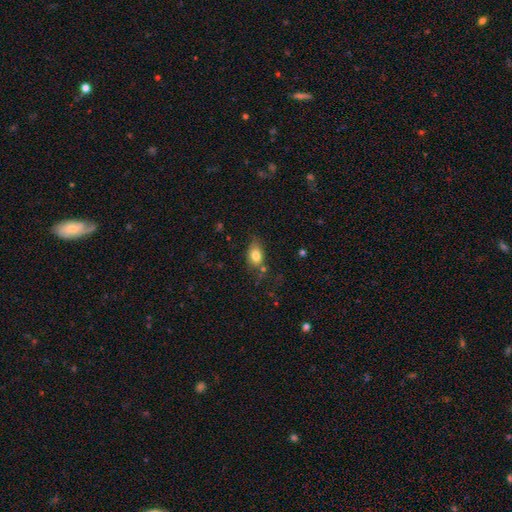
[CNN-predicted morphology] Smooth or featured? smooth (80%)
How rounded? in between (82%)
Merging? none (62%)